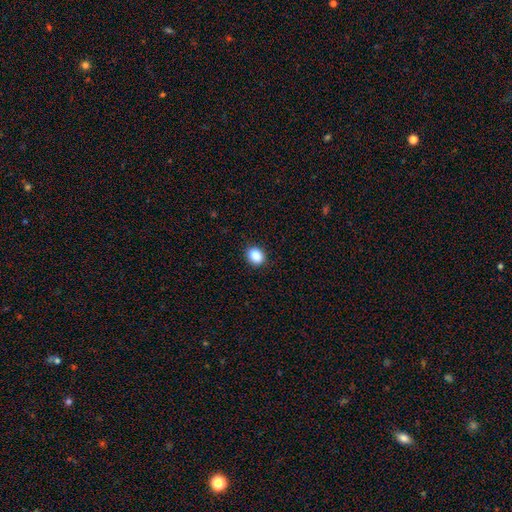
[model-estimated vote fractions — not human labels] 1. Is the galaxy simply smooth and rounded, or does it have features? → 89% smooth, 8% star or artifact, 3% featured or disk.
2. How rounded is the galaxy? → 50% round, 49% in between, 1% cigar-shaped.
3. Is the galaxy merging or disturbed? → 90% none, 7% minor disturbance, 2% major disturbance, 1% merger.